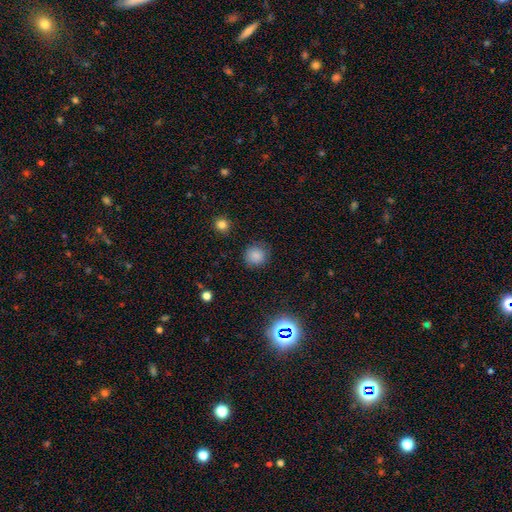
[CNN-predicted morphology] Smooth or featured: smooth — 83% (star or artifact — 13%)
How rounded: round — 89% (in between — 10%)
Merging: none — 85% (minor disturbance — 10%)